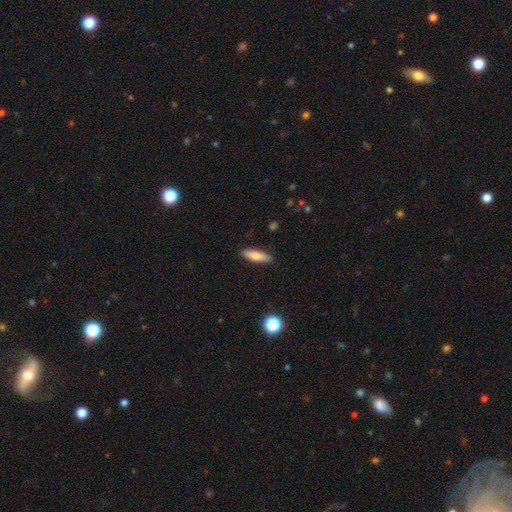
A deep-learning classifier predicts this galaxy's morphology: Overall: smooth (68%). How rounded: cigar-shaped (58%; in between 40%). Merging: none (90%).